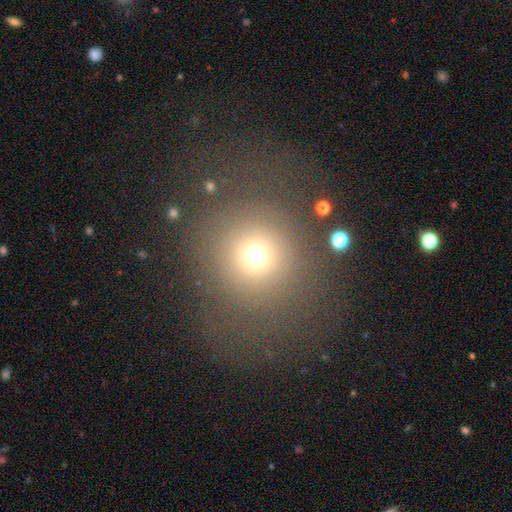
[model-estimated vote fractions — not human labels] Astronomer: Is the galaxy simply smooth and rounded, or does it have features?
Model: smooth — 69%.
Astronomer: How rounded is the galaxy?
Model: round — 93%.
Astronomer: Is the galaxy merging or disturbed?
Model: none — 77%.